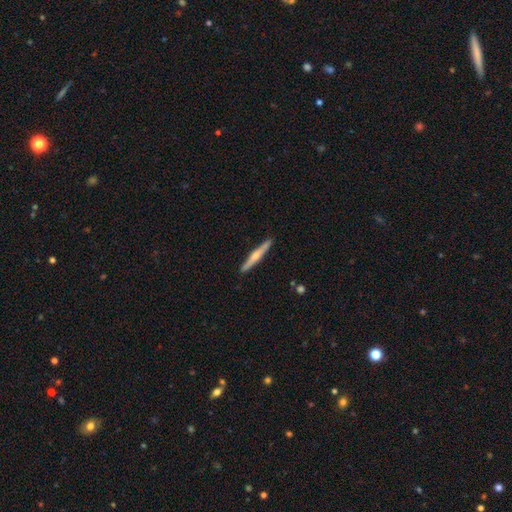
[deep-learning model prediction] Q: Smooth or featured?
A: featured or disk (59%); runner-up: smooth (35%)
Q: Edge-on disk?
A: yes (97%); runner-up: no (3%)
Q: Edge-on bulge?
A: rounded (83%); runner-up: none (13%)
Q: Merging?
A: none (90%); runner-up: minor disturbance (8%)